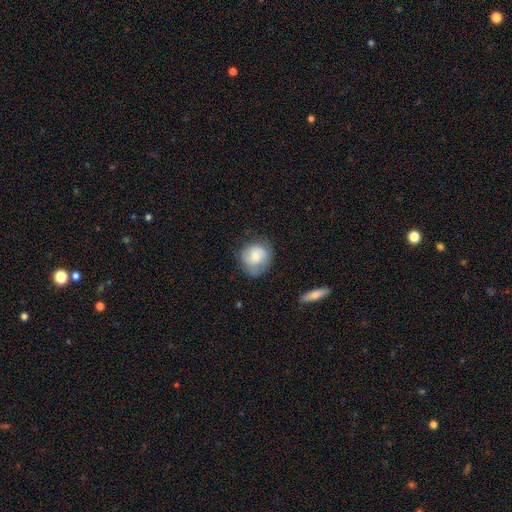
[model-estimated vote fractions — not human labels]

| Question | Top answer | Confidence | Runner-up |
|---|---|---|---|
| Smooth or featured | smooth | 67% | featured or disk (25%) |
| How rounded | round | 76% | in between (23%) |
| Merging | none | 60% | minor disturbance (28%) |